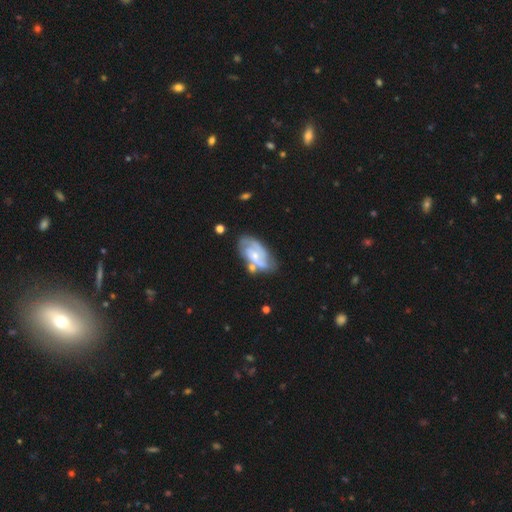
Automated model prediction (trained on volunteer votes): Morphology: type=featured or disk (77%); edge-on=no (96%); bar=no (55%); spiral arms=yes (92%); winding=medium (46%); arm count=2 (63%); bulge=small (55%); merging=none (58%).